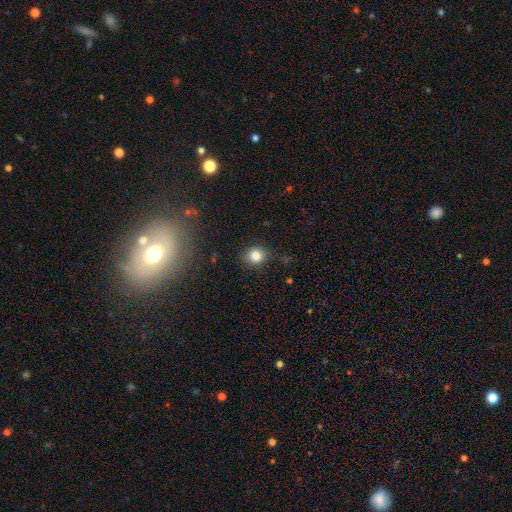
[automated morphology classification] A smooth galaxy with no disk features (83%) that is round (71%). Merging: none (83%).